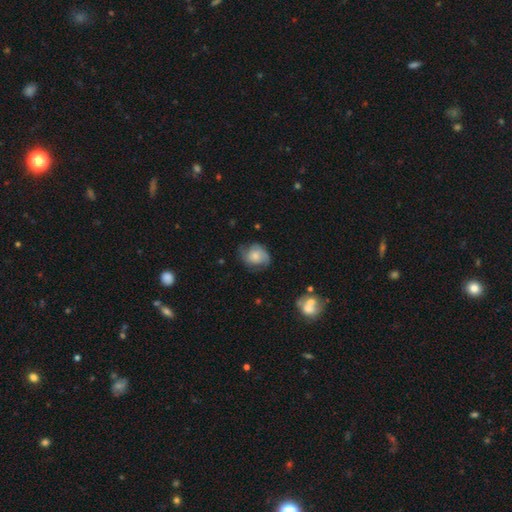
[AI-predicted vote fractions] Smooth or featured? smooth (54%)
How rounded? round (63%)
Merging? none (56%)